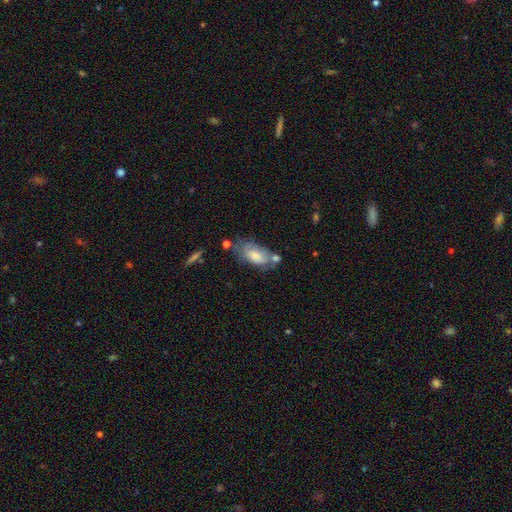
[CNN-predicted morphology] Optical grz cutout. It shows a smooth galaxy with no disk features (68%) that is in between round and cigar-shaped (91%). Merging: none (43%).